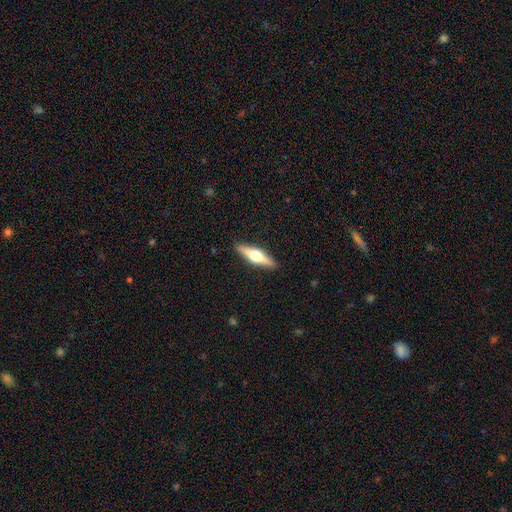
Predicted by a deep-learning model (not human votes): Smooth or featured? featured or disk (60%)
Edge-on disk? yes (96%)
Edge-on bulge? rounded (95%)
Merging? none (91%)